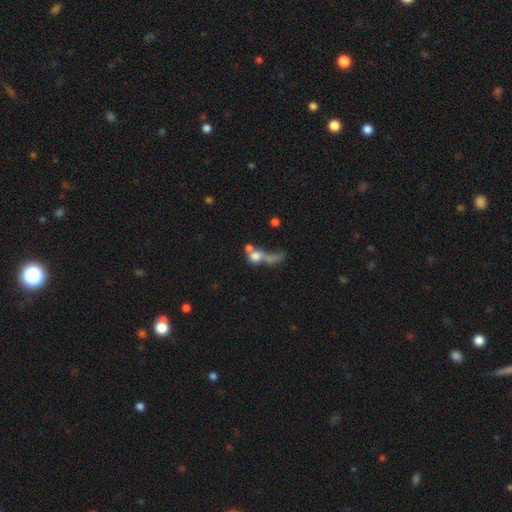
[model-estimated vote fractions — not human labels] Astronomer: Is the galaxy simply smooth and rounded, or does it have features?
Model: smooth — 60%.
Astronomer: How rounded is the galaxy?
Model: round — 59%.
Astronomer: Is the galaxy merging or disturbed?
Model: merger — 47% (runner-up: major disturbance, 26%).